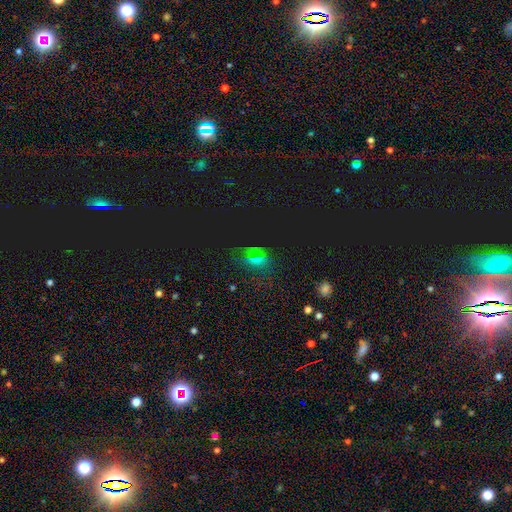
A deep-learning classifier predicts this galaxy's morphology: The model was most divided on "smooth or featured": star or artifact: 60%, smooth: 30%, featured or disk: 11%.